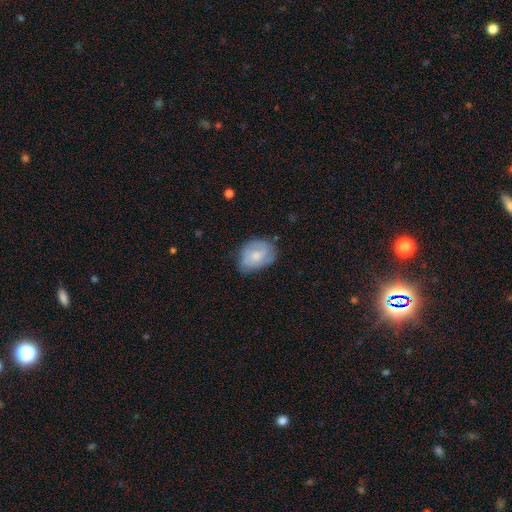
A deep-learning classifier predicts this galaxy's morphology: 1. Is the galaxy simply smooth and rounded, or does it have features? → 58% smooth, 35% featured or disk, 7% star or artifact.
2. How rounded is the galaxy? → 69% in between, 30% round, 1% cigar-shaped.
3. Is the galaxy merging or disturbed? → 58% none, 31% minor disturbance, 9% major disturbance, 2% merger.